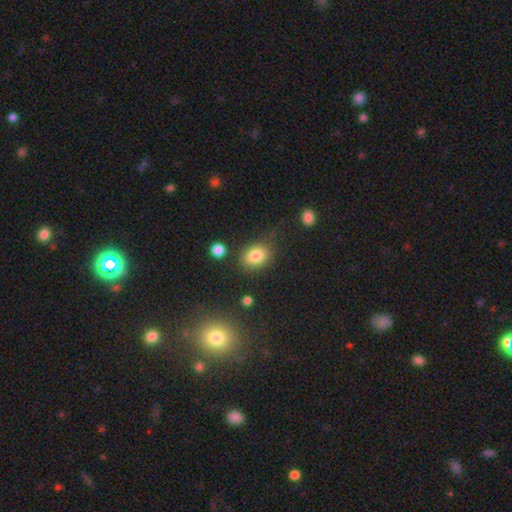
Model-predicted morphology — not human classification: Smooth or featured?
  - smooth: 81% *
  - star or artifact: 11%
  - featured or disk: 8%
How rounded?
  - in between: 57% *
  - round: 41%
  - cigar-shaped: 1%
Merging?
  - none: 77% *
  - minor disturbance: 13%
  - major disturbance: 5%
  - merger: 5%